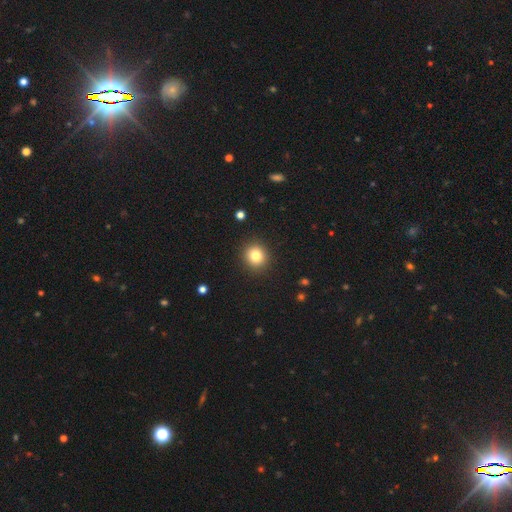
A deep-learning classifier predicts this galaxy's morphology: A smooth galaxy with no disk features (82%) that is round (89%).

Vote fractions:
- Smooth or featured? smooth: 82% / star or artifact: 11% / featured or disk: 7%
- How rounded? round: 89% / in between: 10% / cigar-shaped: 1%
- Merging? none: 91% / minor disturbance: 6% / major disturbance: 2% / merger: 1%